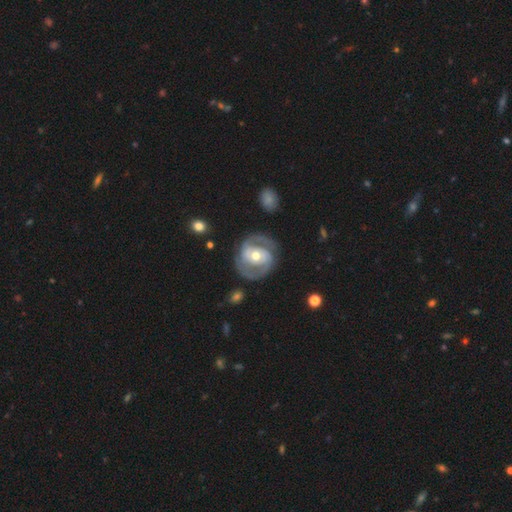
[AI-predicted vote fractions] Smooth or featured?
  - featured or disk: 83% *
  - smooth: 12%
  - star or artifact: 4%
Edge-on disk?
  - no: 97% *
  - yes: 3%
Bar?
  - no: 48% *
  - weak: 34%
  - strong: 19%
Spiral arms?
  - yes: 89% *
  - no: 11%
Spiral winding?
  - medium: 44% *
  - tight: 43%
  - loose: 13%
Spiral arm count?
  - 2: 84% *
  - can't tell: 7%
  - 3: 3%
  - 1: 3%
  - 4: 1%
  - more than 4: 1%
Bulge size?
  - moderate: 71% *
  - small: 19%
  - large: 8%
  - dominant: 1%
  - none: 1%
Merging?
  - none: 75% *
  - minor disturbance: 14%
  - major disturbance: 8%
  - merger: 2%